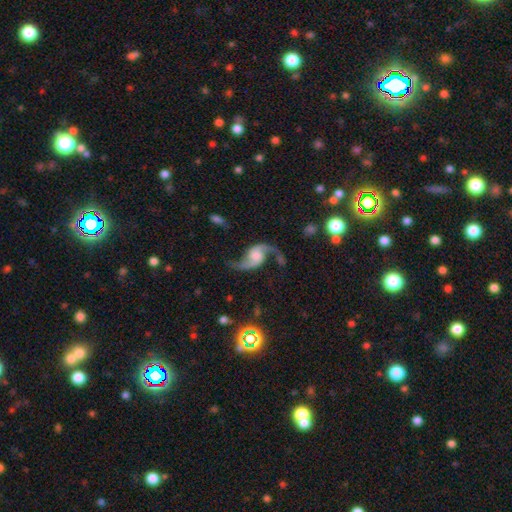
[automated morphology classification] Smooth or featured? Predicted: featured or disk (p=0.91). Edge-on disk? Predicted: no (p=0.97). Bar? Predicted: no (p=0.58). Spiral arms? Predicted: yes (p=0.98). Spiral winding? Predicted: loose (p=0.81). Spiral arm count? Predicted: 2 (p=0.94). Bulge size? Predicted: moderate (p=0.26, tied with none). Merging? Predicted: none (p=0.74).